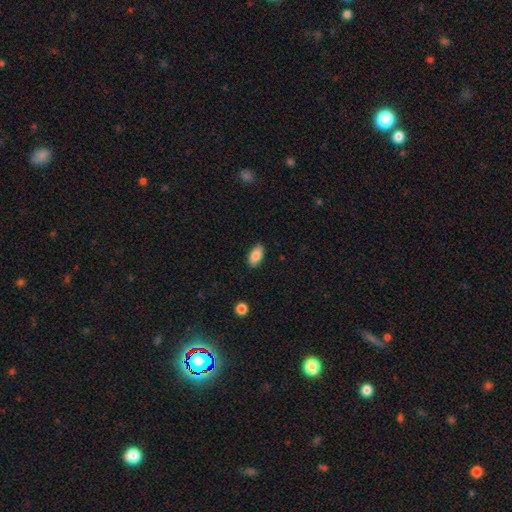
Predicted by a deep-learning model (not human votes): Q: Smooth or featured?
A: smooth (85%); runner-up: featured or disk (8%)
Q: How rounded?
A: in between (93%); runner-up: cigar-shaped (4%)
Q: Merging?
A: none (87%); runner-up: minor disturbance (10%)